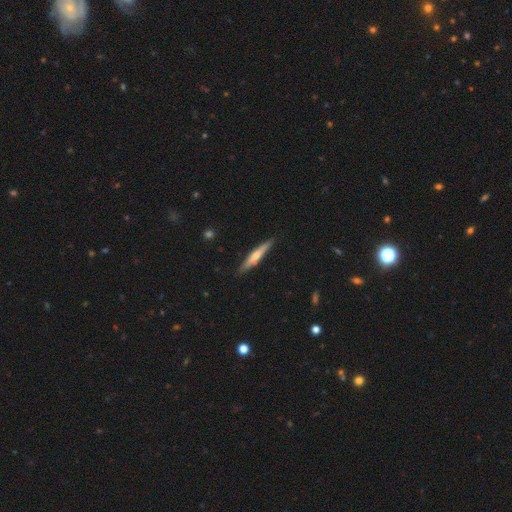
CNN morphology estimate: This is possibly a featured or disk galaxy (52%). It is clearly viewed edge-on (94%). Merging: clearly none (88%).